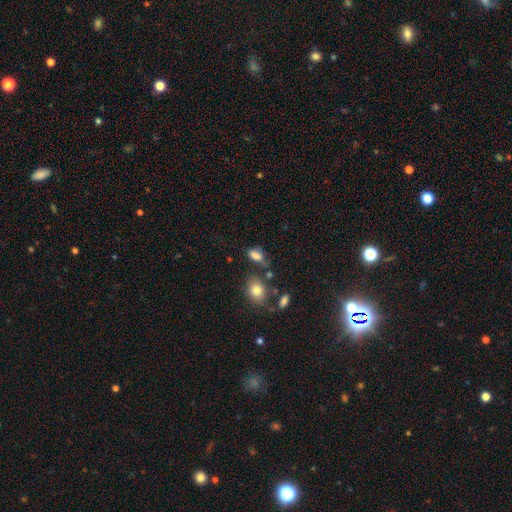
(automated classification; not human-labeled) Smooth or featured?
  - smooth: 81% *
  - star or artifact: 11%
  - featured or disk: 8%
How rounded?
  - in between: 85% *
  - round: 10%
  - cigar-shaped: 5%
Merging?
  - none: 51% *
  - minor disturbance: 24%
  - merger: 14%
  - major disturbance: 11%